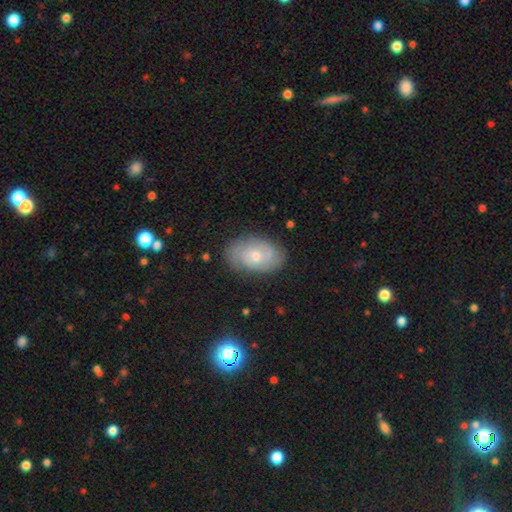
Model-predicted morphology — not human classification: featured or disk 59%, smooth 32%, star or artifact 9%. Down the decision tree: edge-on disk — no (95%); bar — no (70%); spiral arms — yes (80%); bulge size — moderate (51%); merging — none (82%).